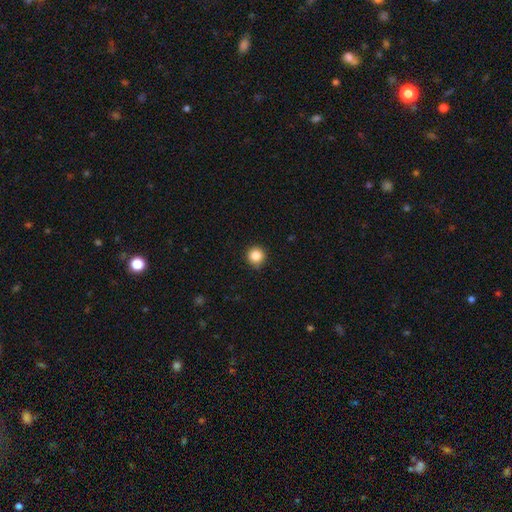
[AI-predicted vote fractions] This is clearly a smooth galaxy (85%). How rounded: clearly round (95%). Merging: clearly none (89%).